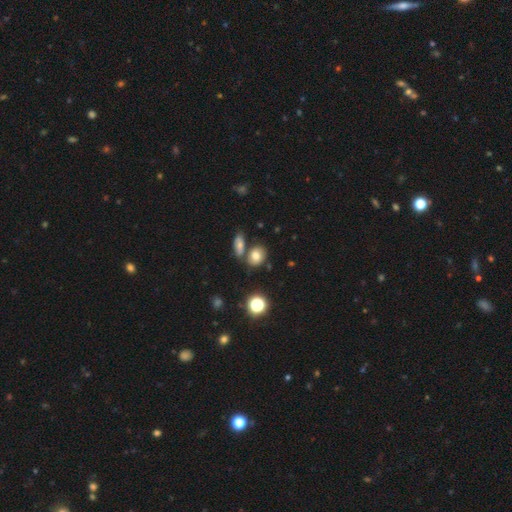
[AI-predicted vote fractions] Morphology: type=smooth (75%); roundness=in between (56%); merging=none (62%).